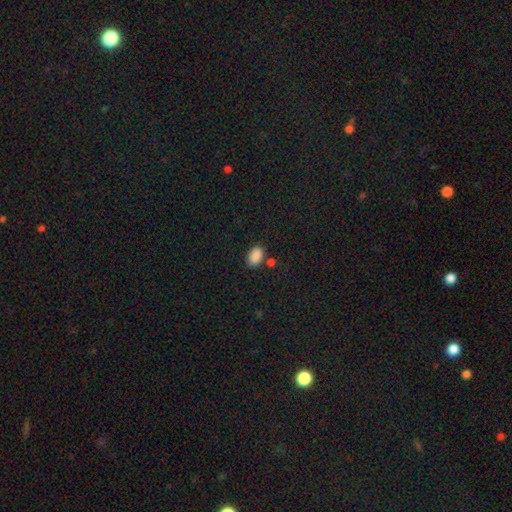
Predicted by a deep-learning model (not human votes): The model was most divided on "merging": none: 77%, minor disturbance: 13%, merger: 7%, major disturbance: 3%. More confident: smooth or featured — smooth (88%); how rounded — in between (87%).